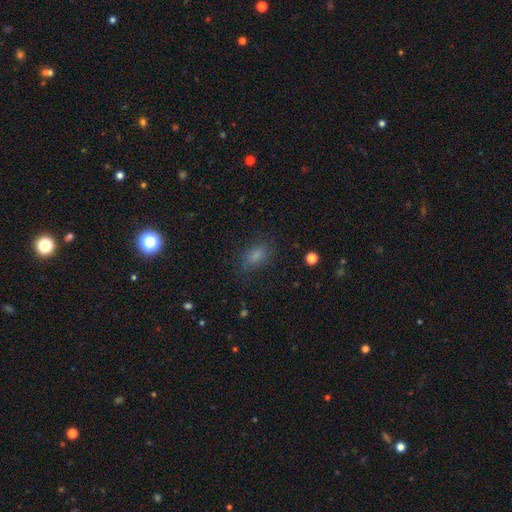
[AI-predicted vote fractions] Overall: smooth (74%). How rounded: in between (82%). Merging: none (71%).